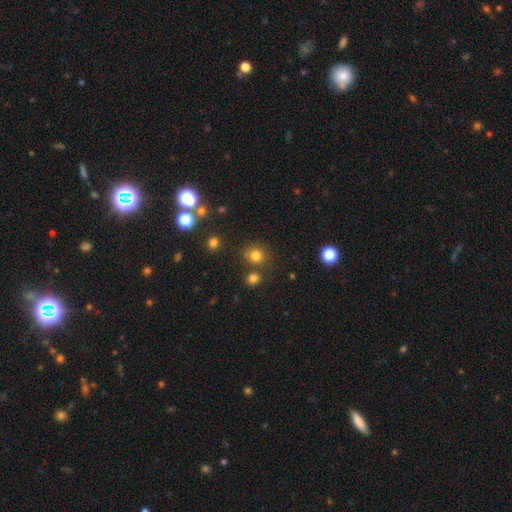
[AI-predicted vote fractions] This is likely a smooth galaxy (77%). How rounded: clearly round (86%). Merging: likely none (76%).